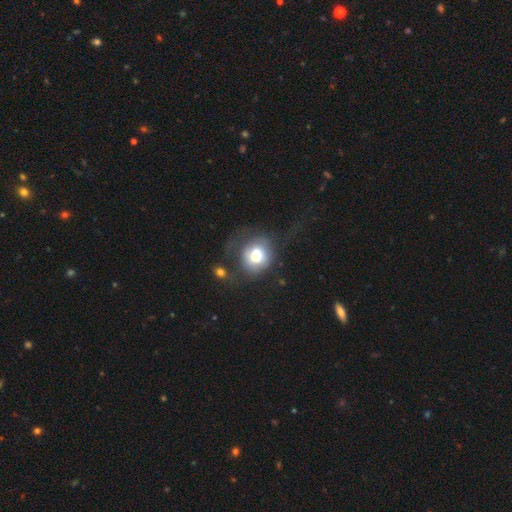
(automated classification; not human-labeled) A smooth galaxy with no disk features (71%) that is round (76%). Merging: none (49%).